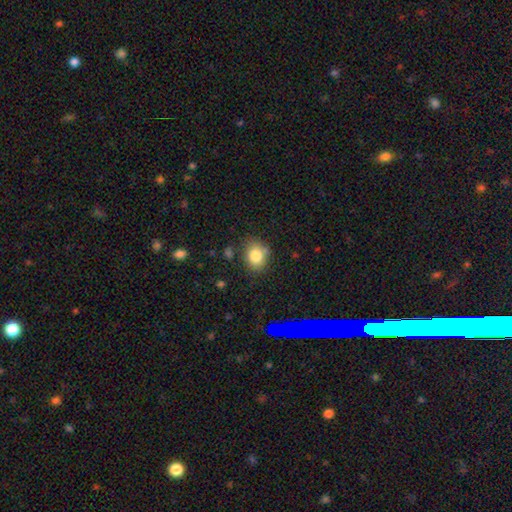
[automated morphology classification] Smooth or featured: smooth — 81% (star or artifact — 11%)
How rounded: round — 51% (in between — 48%)
Merging: none — 73% (minor disturbance — 18%)